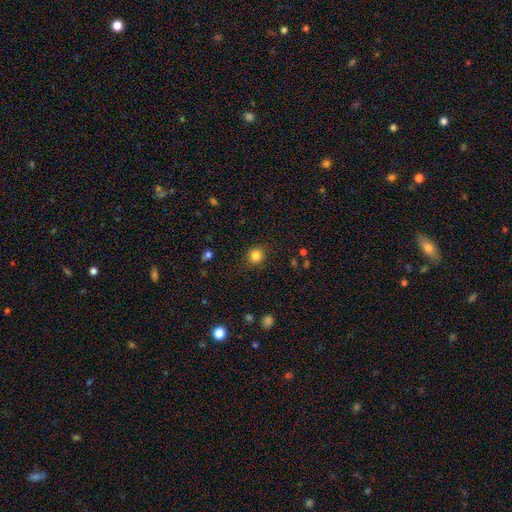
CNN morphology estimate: smooth 84%, star or artifact 12%, featured or disk 4%. Down the decision tree: how rounded — round (91%); merging — none (89%).